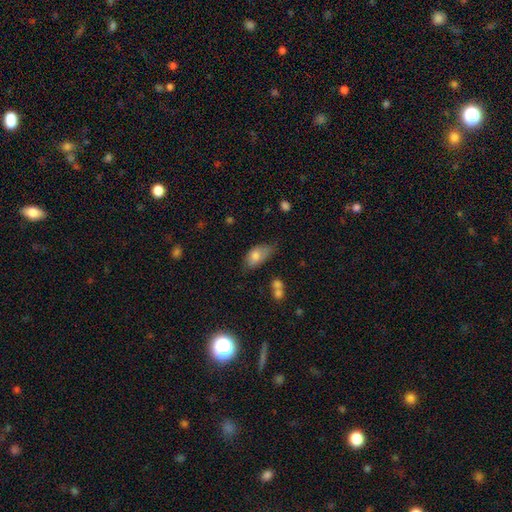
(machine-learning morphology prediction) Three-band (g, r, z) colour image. It shows a smooth galaxy with no disk features (77%) that is in between round and cigar-shaped (91%). Merging: none (46%).